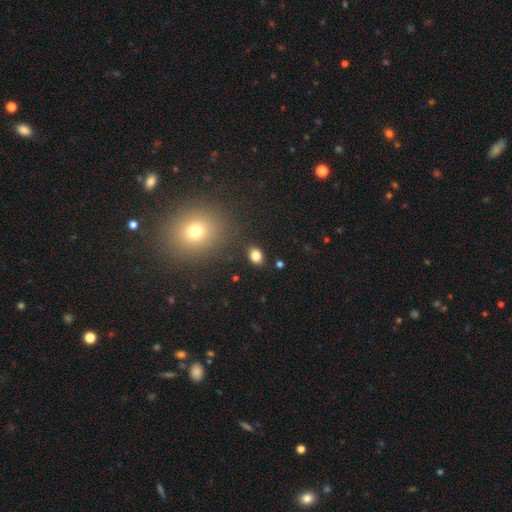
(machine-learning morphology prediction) Q: Smooth or featured?
A: smooth (83%); runner-up: star or artifact (12%)
Q: How rounded?
A: in between (65%); runner-up: round (34%)
Q: Merging?
A: none (86%); runner-up: minor disturbance (9%)